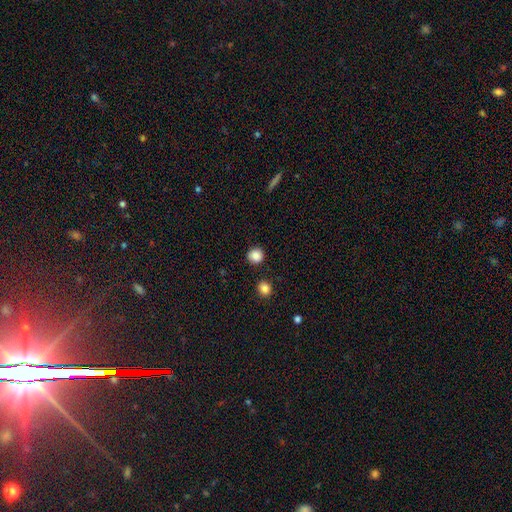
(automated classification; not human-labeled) Smooth or featured? smooth (87%)
How rounded? round (90%)
Merging? none (87%)